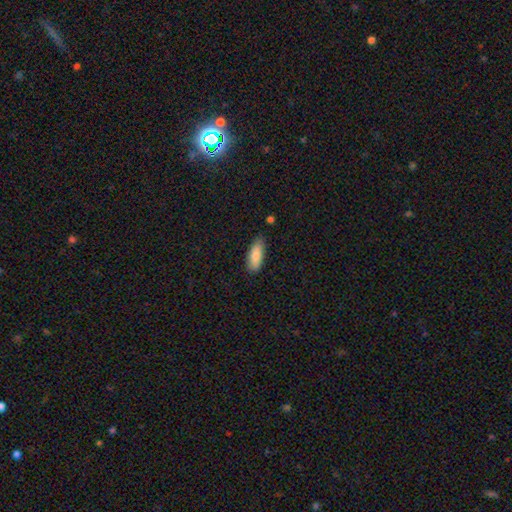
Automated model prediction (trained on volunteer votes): The model was most divided on "how rounded": in between: 71%, cigar-shaped: 28%, round: 2%. More confident: smooth or featured — smooth (83%); merging — none (81%).